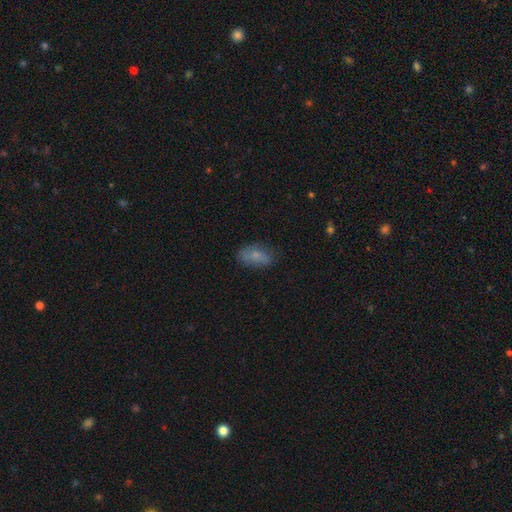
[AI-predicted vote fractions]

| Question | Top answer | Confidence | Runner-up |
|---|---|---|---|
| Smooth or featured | smooth | 74% | featured or disk (17%) |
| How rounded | in between | 89% | round (6%) |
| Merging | none | 62% | minor disturbance (27%) |